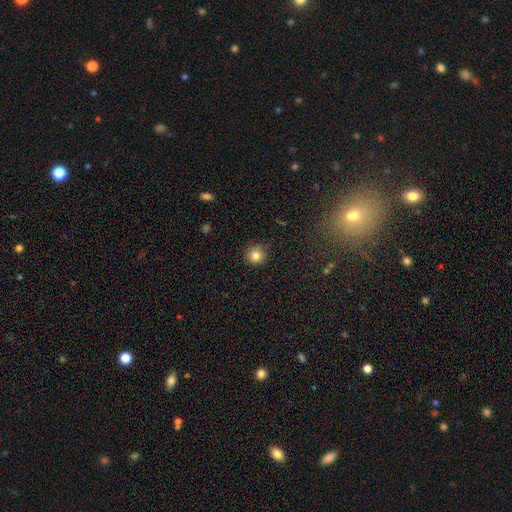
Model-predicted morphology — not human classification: The model was most divided on "smooth or featured": smooth: 82%, star or artifact: 12%, featured or disk: 6%. More confident: how rounded — round (93%); merging — none (85%).